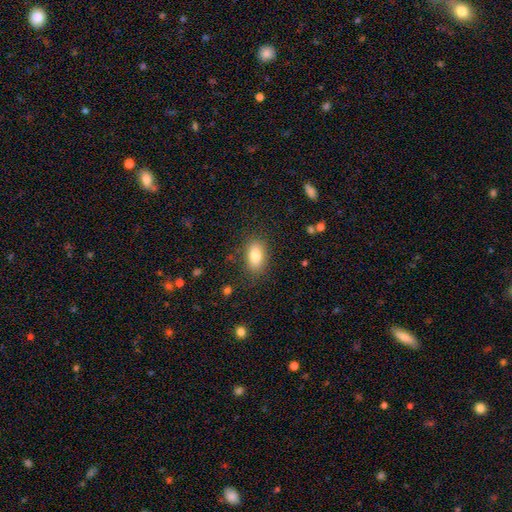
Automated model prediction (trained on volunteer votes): smooth 81%, featured or disk 10%, star or artifact 9%. Down the decision tree: how rounded — in between (88%); merging — none (83%).